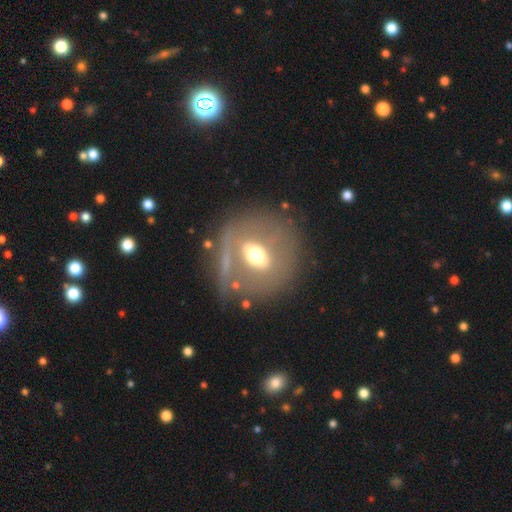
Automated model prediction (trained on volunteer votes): Overall: featured or disk (57%; smooth 33%). Edge-on disk: no (77%). Merging: none (72%).